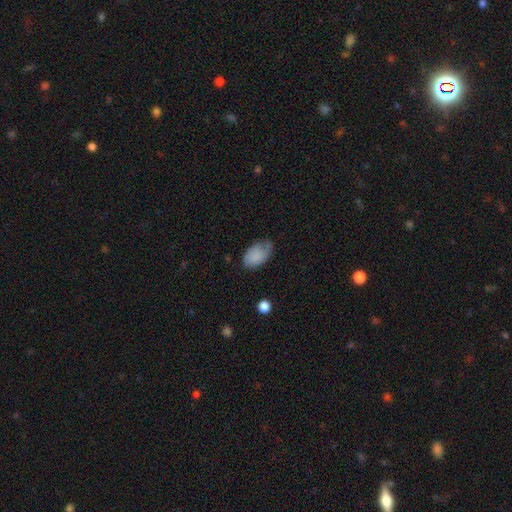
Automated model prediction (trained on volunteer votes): A smooth galaxy with no disk features (76%) that is in between round and cigar-shaped (91%).

Vote fractions:
- Smooth or featured? smooth: 76% / featured or disk: 17% / star or artifact: 8%
- How rounded? in between: 91% / round: 8% / cigar-shaped: 1%
- Merging? none: 50% / minor disturbance: 34% / major disturbance: 14% / merger: 2%